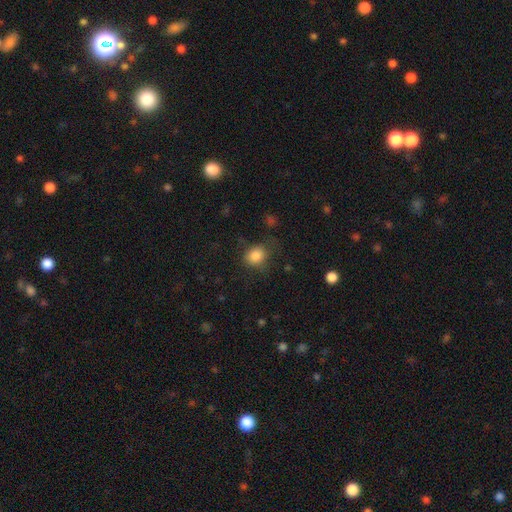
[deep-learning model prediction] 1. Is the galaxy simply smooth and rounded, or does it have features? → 83% smooth, 11% star or artifact, 6% featured or disk.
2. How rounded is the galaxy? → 66% round, 33% in between, 1% cigar-shaped.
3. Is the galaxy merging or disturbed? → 68% none, 21% minor disturbance, 9% major disturbance, 2% merger.